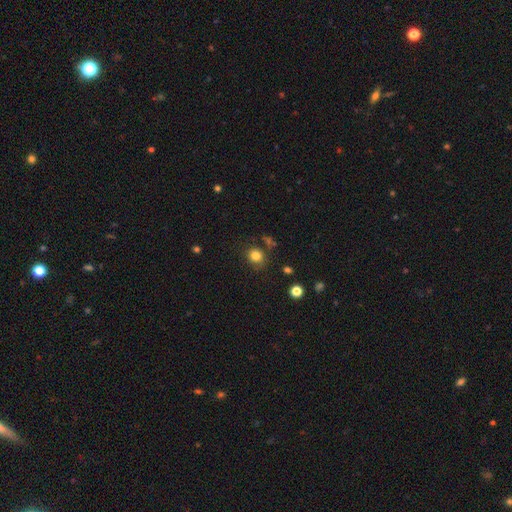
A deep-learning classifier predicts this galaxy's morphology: Smooth or featured?
  - smooth: 81% *
  - star or artifact: 12%
  - featured or disk: 6%
How rounded?
  - round: 83% *
  - in between: 16%
  - cigar-shaped: 1%
Merging?
  - none: 79% *
  - minor disturbance: 12%
  - merger: 4%
  - major disturbance: 4%